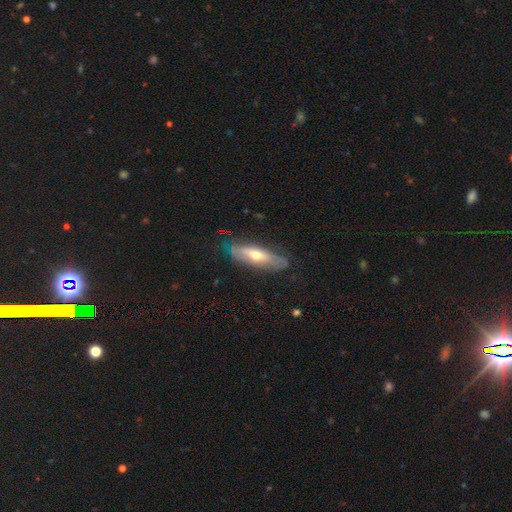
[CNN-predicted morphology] Smooth or featured? featured or disk (53%)
Edge-on disk? yes (52%)
Merging? none (69%)